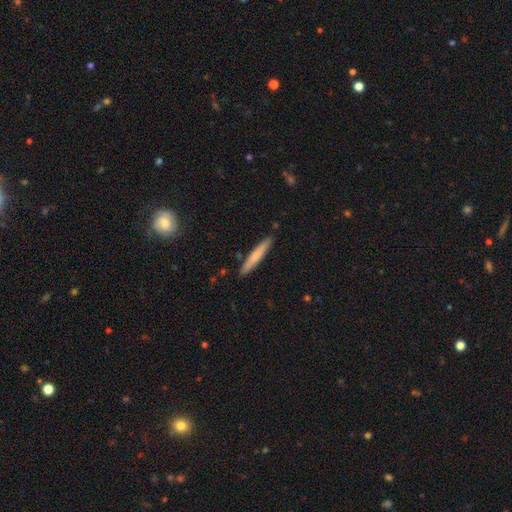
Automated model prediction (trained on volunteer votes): This appears to be a smooth galaxy with no disk features (66%) that is cigar-shaped (94%). Merging: none (88%).